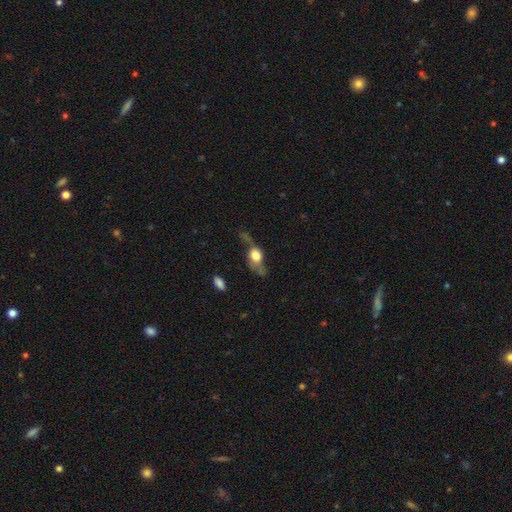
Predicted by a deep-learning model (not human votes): Overall: featured or disk (46%; smooth 45%). Merging: none (36%; major disturbance 32%).